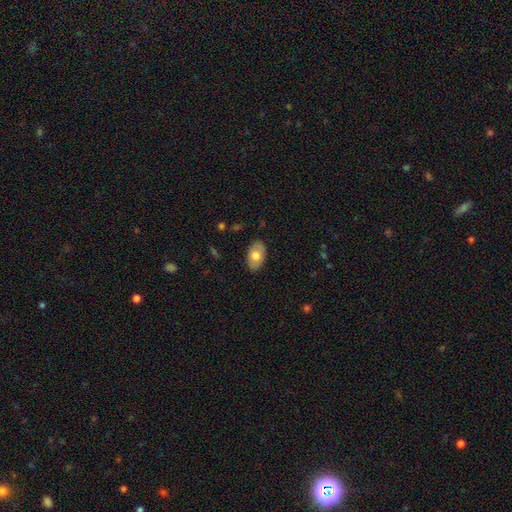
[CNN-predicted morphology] This appears to be a smooth galaxy with no disk features (73%) that is in between round and cigar-shaped (93%). Merging: none (85%).